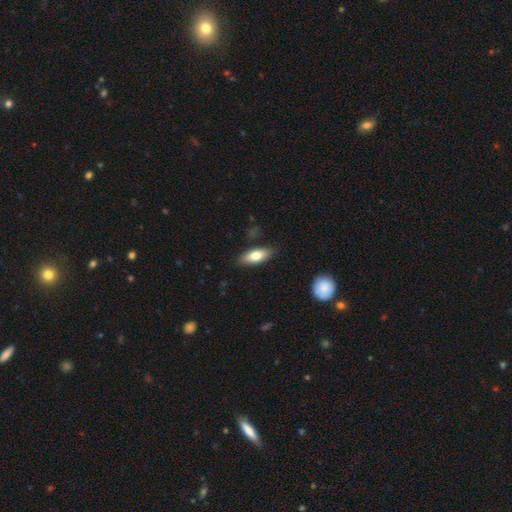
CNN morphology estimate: A smooth galaxy with no disk features (73%) that is in between round and cigar-shaped (74%).

Vote fractions:
- Smooth or featured? smooth: 73% / featured or disk: 21% / star or artifact: 6%
- How rounded? in between: 74% / cigar-shaped: 23% / round: 3%
- Merging? none: 85% / minor disturbance: 11% / major disturbance: 2% / merger: 2%